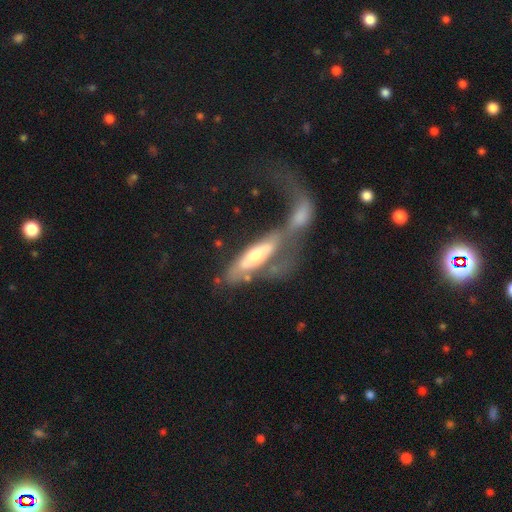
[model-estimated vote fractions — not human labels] The model was most divided on "smooth or featured": featured or disk: 55%, smooth: 38%, star or artifact: 7%. More confident: merging — merger (67%); edge-on disk — no (64%).